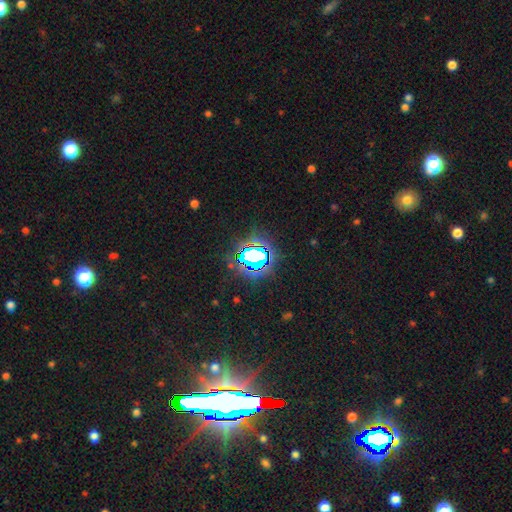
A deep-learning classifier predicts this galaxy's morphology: star or artifact 81%, smooth 10%, featured or disk 8%.